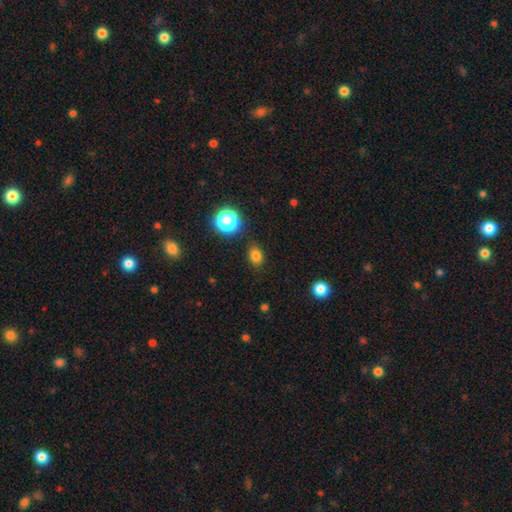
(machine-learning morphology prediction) smooth 79%, star or artifact 16%, featured or disk 5%. Down the decision tree: how rounded — in between (53%); merging — none (84%).